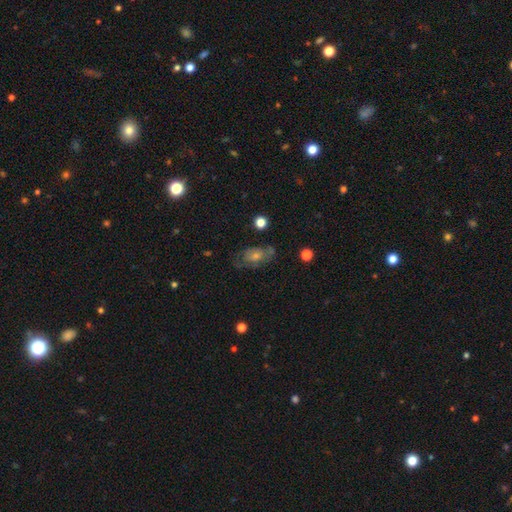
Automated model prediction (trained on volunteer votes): Q: Smooth or featured?
A: featured or disk (50%); runner-up: smooth (32%)
Q: Edge-on disk?
A: no (91%); runner-up: yes (9%)
Q: Merging?
A: none (66%); runner-up: minor disturbance (20%)